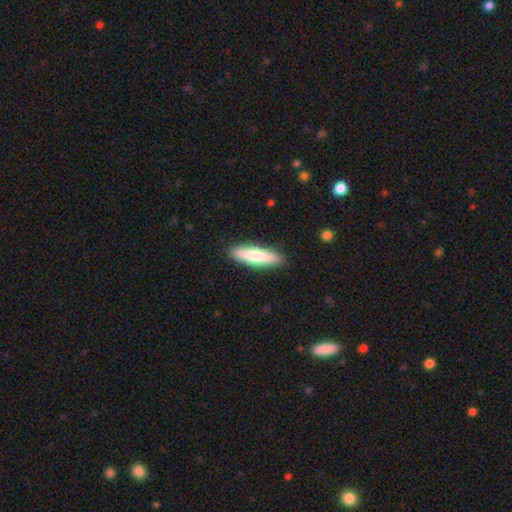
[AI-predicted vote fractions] smooth 71%, featured or disk 24%, star or artifact 5%. Down the decision tree: how rounded — cigar-shaped (72%); merging — none (90%).